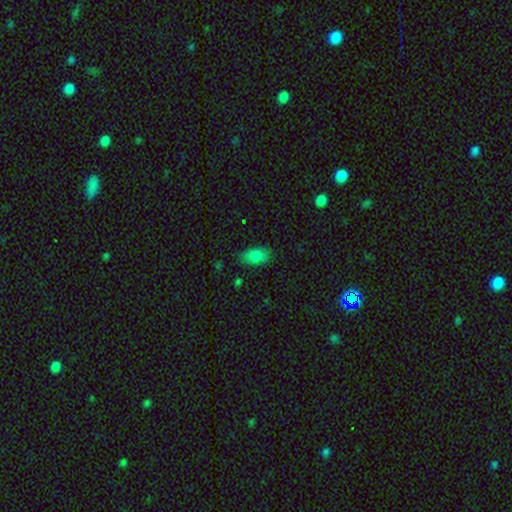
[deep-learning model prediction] Smooth or featured? smooth (84%)
How rounded? in between (91%)
Merging? none (75%)